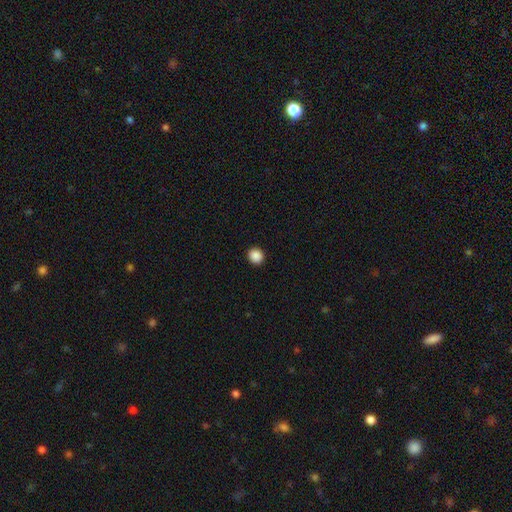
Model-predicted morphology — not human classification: Smooth or featured: smooth — 89% (star or artifact — 9%)
How rounded: round — 87% (in between — 12%)
Merging: none — 93% (minor disturbance — 4%)